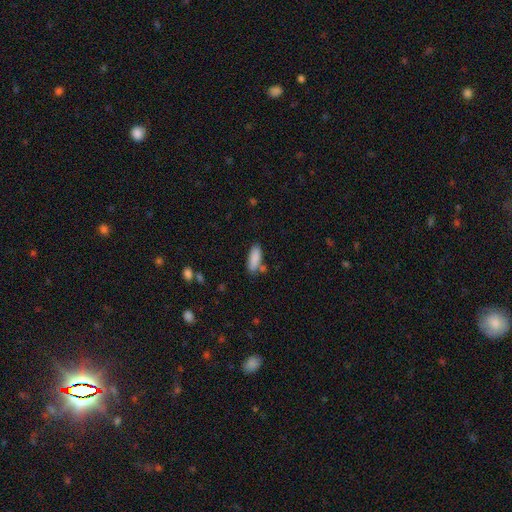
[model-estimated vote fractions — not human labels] A smooth galaxy with no disk features (88%) that is in between round and cigar-shaped (66%). Merging: none (73%).